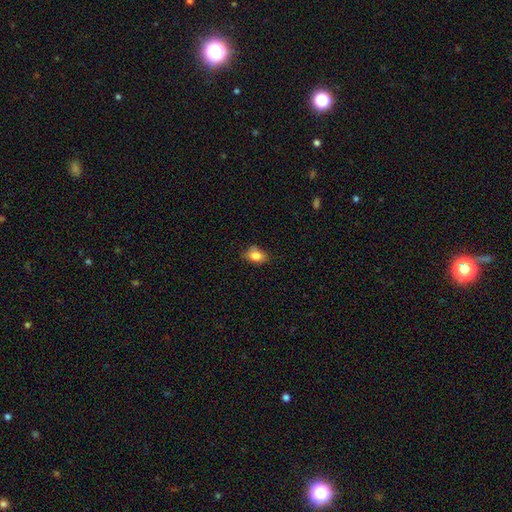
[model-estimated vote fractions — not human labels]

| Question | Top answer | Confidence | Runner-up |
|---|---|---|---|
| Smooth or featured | smooth | 84% | star or artifact (9%) |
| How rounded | in between | 76% | round (22%) |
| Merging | none | 71% | minor disturbance (23%) |